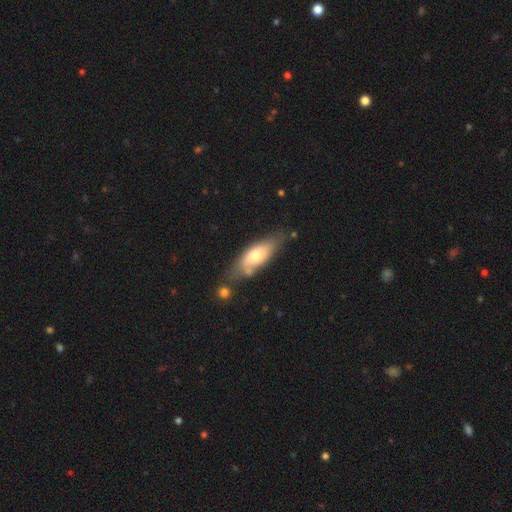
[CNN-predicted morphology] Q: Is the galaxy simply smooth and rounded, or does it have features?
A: smooth — 64%.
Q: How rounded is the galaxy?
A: in between — 70%.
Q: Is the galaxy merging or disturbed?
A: none — 55%.